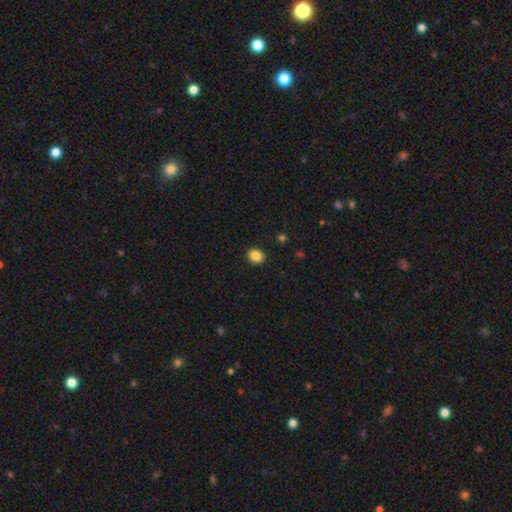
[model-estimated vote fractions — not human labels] The model was most divided on "how rounded": round: 63%, in between: 37%, cigar-shaped: 1%. More confident: merging — none (91%); smooth or featured — smooth (86%).